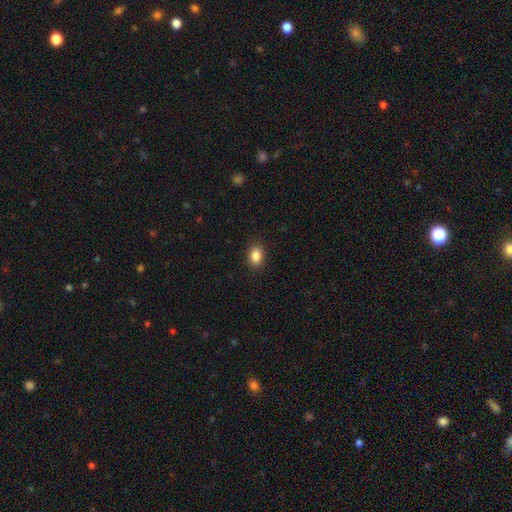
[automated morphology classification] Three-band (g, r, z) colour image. It shows a smooth galaxy with no disk features (87%) that is in between round and cigar-shaped (76%). Merging: none (88%).